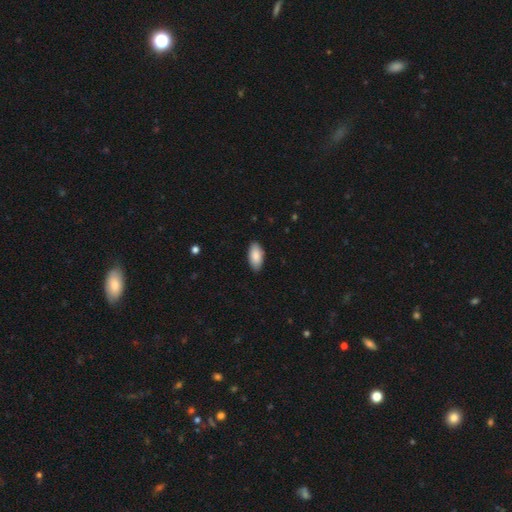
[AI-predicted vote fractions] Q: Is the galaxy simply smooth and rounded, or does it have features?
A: smooth — 88%.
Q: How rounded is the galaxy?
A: in between — 93%.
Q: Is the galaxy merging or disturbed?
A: none — 88%.